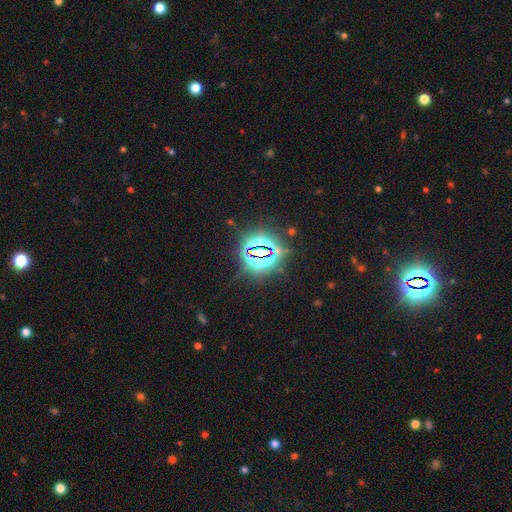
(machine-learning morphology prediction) Smooth or featured? star or artifact (82%)